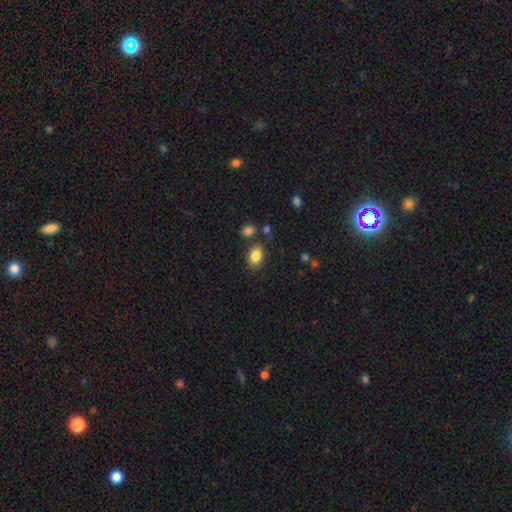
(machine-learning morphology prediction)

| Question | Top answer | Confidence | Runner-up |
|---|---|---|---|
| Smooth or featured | smooth | 85% | star or artifact (9%) |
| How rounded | in between | 83% | round (16%) |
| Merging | none | 78% | minor disturbance (12%) |